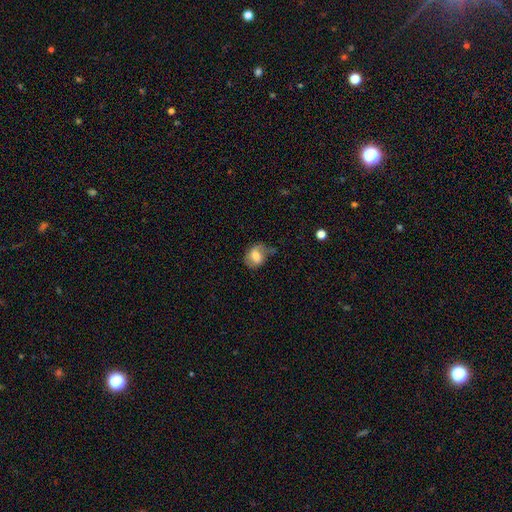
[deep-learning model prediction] Q: Smooth or featured?
A: smooth (70%); runner-up: featured or disk (21%)
Q: How rounded?
A: in between (54%); runner-up: round (45%)
Q: Merging?
A: none (50%); runner-up: minor disturbance (32%)